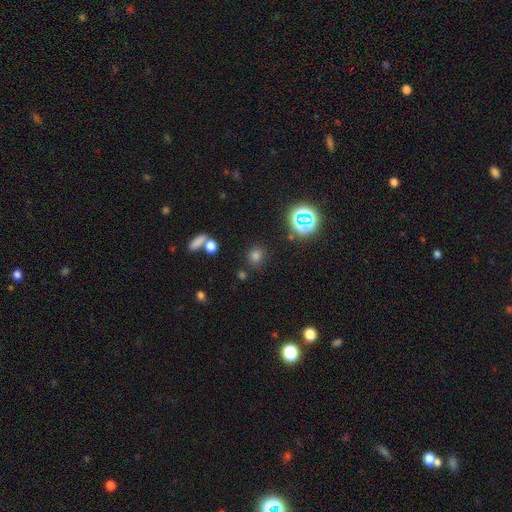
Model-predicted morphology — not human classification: A smooth galaxy with no disk features (71%) that is round (80%). Merging: none (80%).